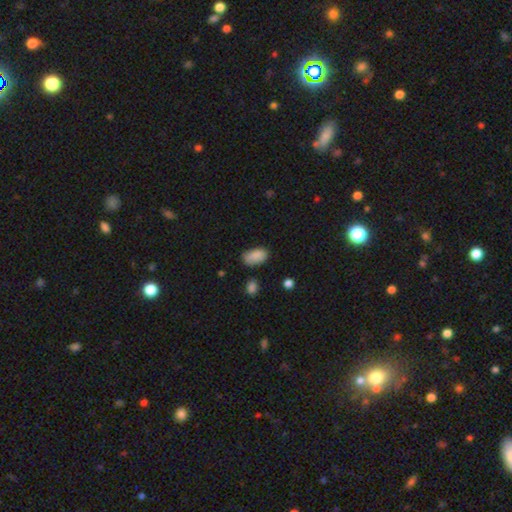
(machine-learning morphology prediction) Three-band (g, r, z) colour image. It shows a smooth galaxy with no disk features (87%) that is in between round and cigar-shaped (93%). Merging: none (70%).